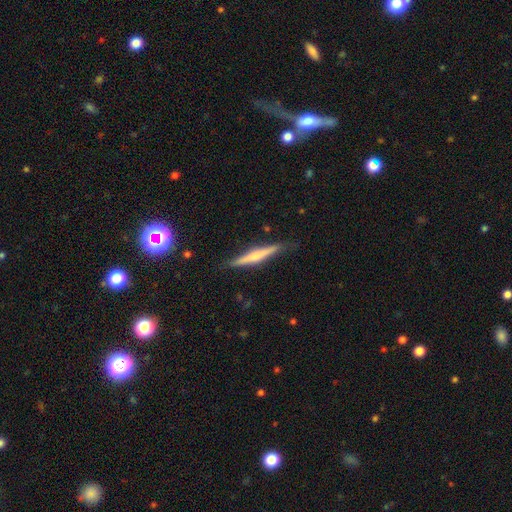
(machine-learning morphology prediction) smooth_or_featured: featured or disk (p=0.52) [alt: smooth p=0.42]
disk_edge_on: yes (p=0.97) [alt: no p=0.03]
edge_on_bulge: rounded (p=0.52) [alt: none p=0.34]
merging: none (p=0.84) [alt: minor disturbance p=0.12]